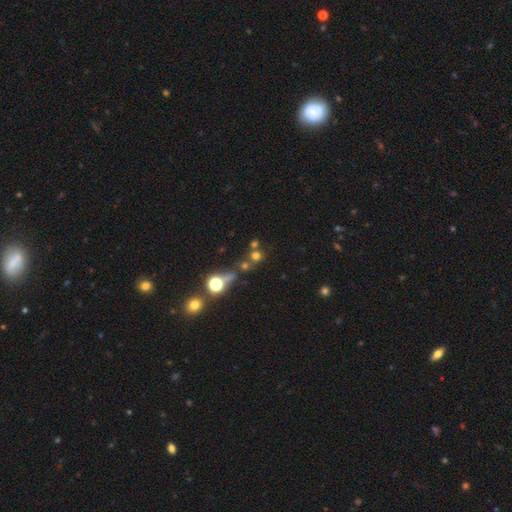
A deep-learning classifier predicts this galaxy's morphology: Smooth or featured? smooth (55%)
How rounded? round (89%)
Merging? none (56%)